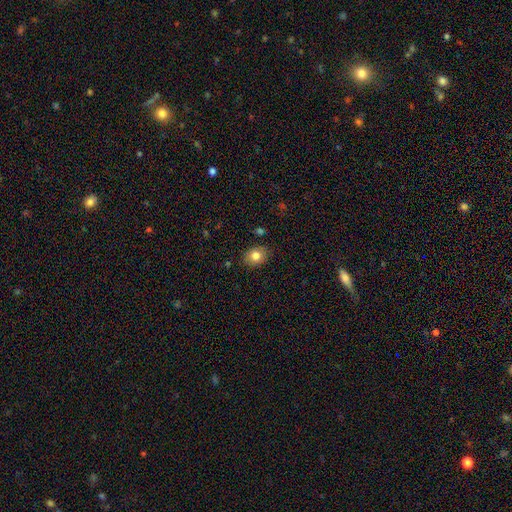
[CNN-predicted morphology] A smooth galaxy with no disk features (81%) that is in between round and cigar-shaped (56%).

Vote fractions:
- Smooth or featured? smooth: 81% / featured or disk: 10% / star or artifact: 9%
- How rounded? in between: 56% / round: 43% / cigar-shaped: 1%
- Merging? none: 86% / minor disturbance: 10% / major disturbance: 2% / merger: 2%